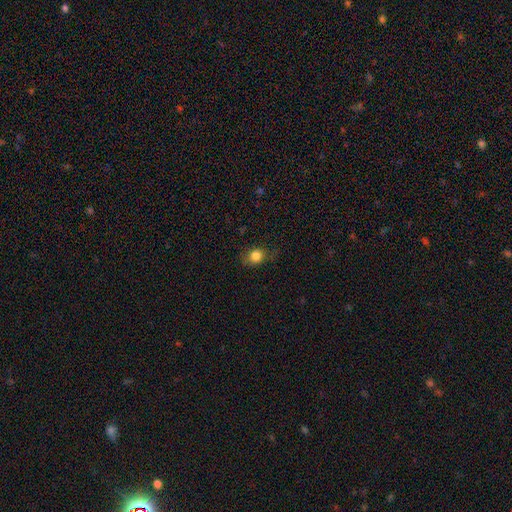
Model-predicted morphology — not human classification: This is clearly a smooth galaxy (82%). How rounded: possibly round (57%). Merging: likely none (70%).